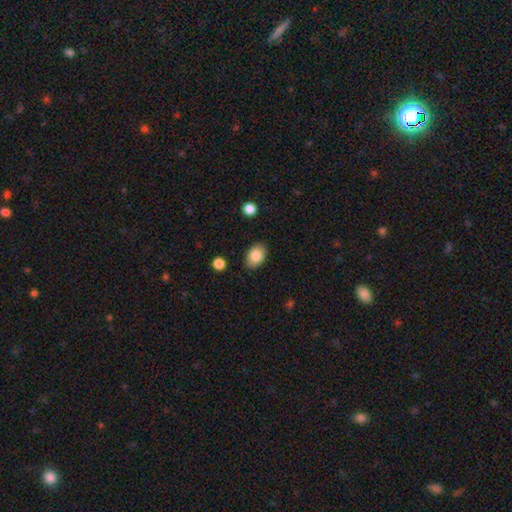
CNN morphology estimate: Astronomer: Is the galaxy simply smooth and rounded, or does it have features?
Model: smooth — 86%.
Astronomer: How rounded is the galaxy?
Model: in between — 81%.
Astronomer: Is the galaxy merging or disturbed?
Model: none — 84%.